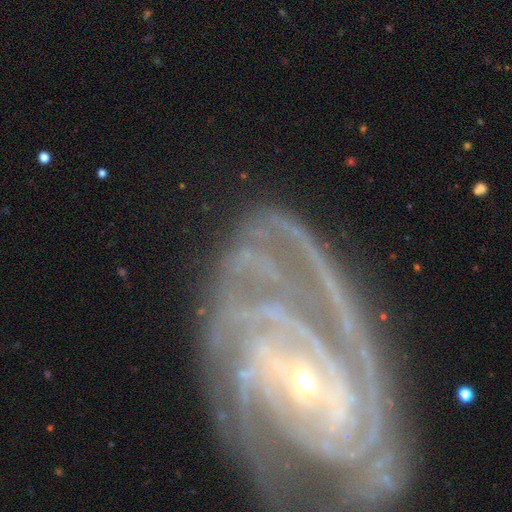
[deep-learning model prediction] smooth-or-featured: featured or disk: 81% | star or artifact: 11% | smooth: 8%
  disk-edge-on: no: 94% | yes: 6%
    bar: no: 41% | strong: 31% | weak: 28%
    has-spiral-arms: yes: 91% | no: 9%
      spiral-winding: tight: 64% | medium: 27% | loose: 9%
      spiral-arm-count: can't tell: 25% | 2: 21% | 3: 20% | 4: 13% | more than 4: 11% | 1: 10%
    bulge-size: small: 66% | moderate: 27% | none: 3% | large: 3% | dominant: 2%
  merging: none: 61% | minor disturbance: 17% | major disturbance: 17% | merger: 5%